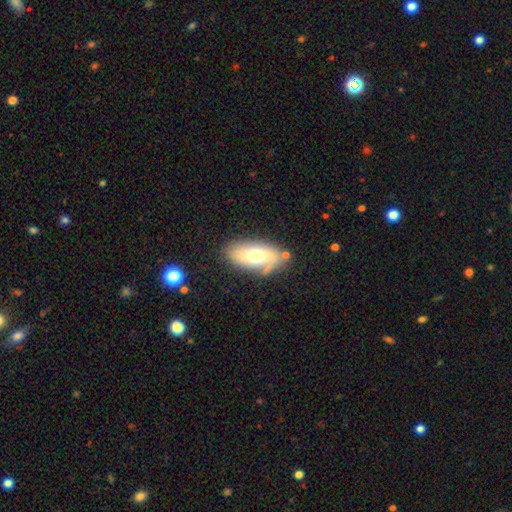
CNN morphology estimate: A smooth galaxy with no disk features (57%) that is in between round and cigar-shaped (90%). Merging: none (66%).